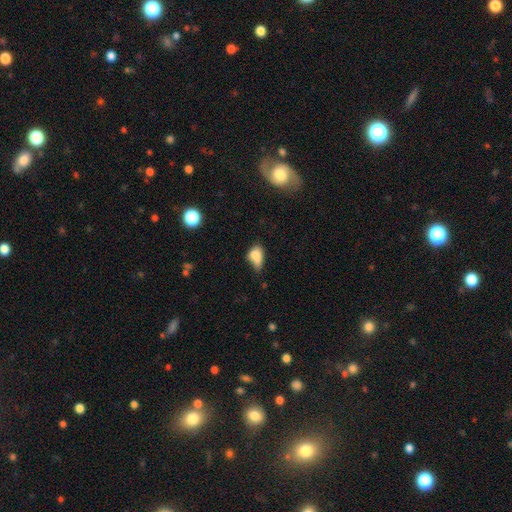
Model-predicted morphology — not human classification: This is likely a smooth galaxy (76%). How rounded: clearly in between (83%). Merging: marginally minor disturbance (42%).